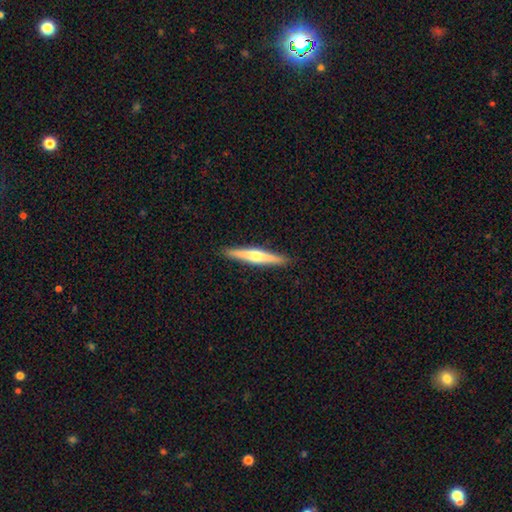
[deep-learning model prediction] This is likely a featured or disk galaxy (61%). It is clearly viewed edge-on (97%). Edge-on bulge: clearly rounded (87%). Merging: clearly none (92%).